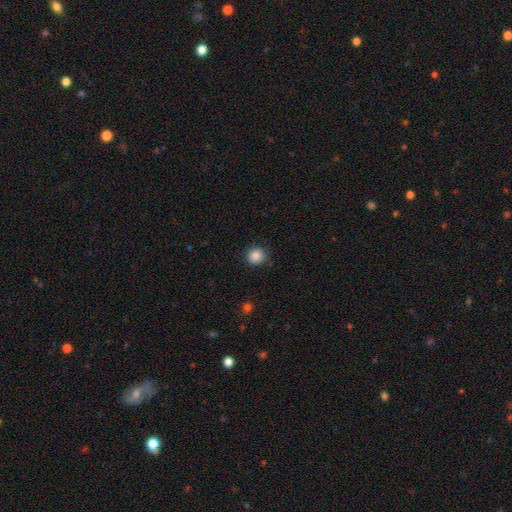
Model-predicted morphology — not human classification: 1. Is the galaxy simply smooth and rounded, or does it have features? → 87% smooth, 9% star or artifact, 3% featured or disk.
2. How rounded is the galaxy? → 85% round, 14% in between, 1% cigar-shaped.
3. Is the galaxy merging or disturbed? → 85% none, 11% minor disturbance, 3% major disturbance, 1% merger.